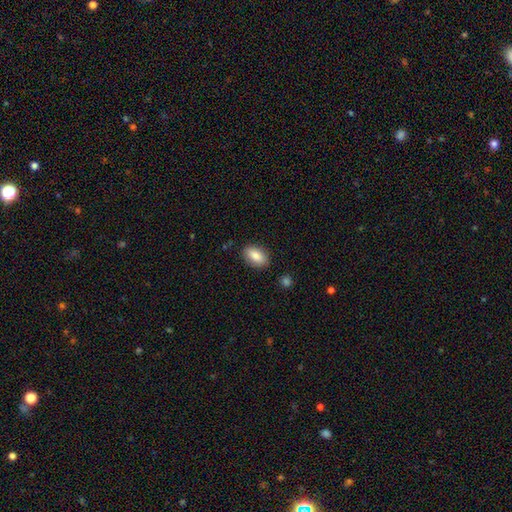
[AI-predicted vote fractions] Smooth or featured: smooth — 84% (featured or disk — 9%)
How rounded: in between — 90% (round — 6%)
Merging: none — 86% (minor disturbance — 10%)